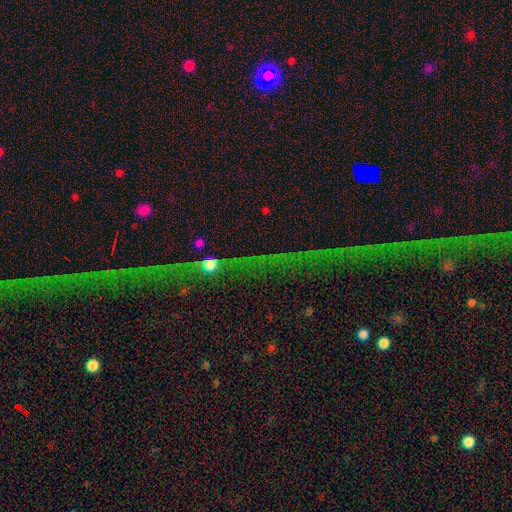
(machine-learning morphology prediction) Overall: star or artifact (73%).